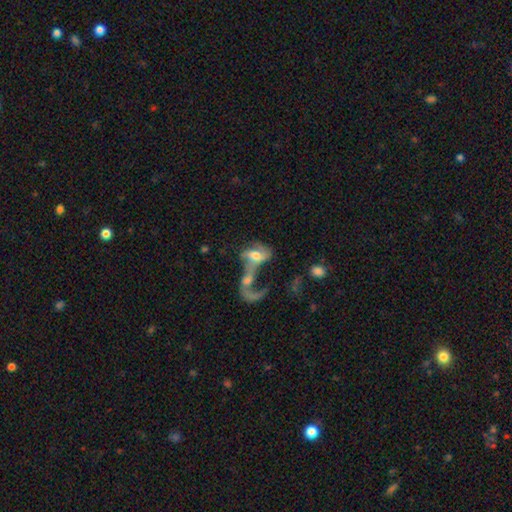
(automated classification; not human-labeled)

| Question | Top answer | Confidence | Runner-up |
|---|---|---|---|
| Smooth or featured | featured or disk | 53% | smooth (36%) |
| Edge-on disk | no | 92% | yes (8%) |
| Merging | merger | 62% | major disturbance (23%) |